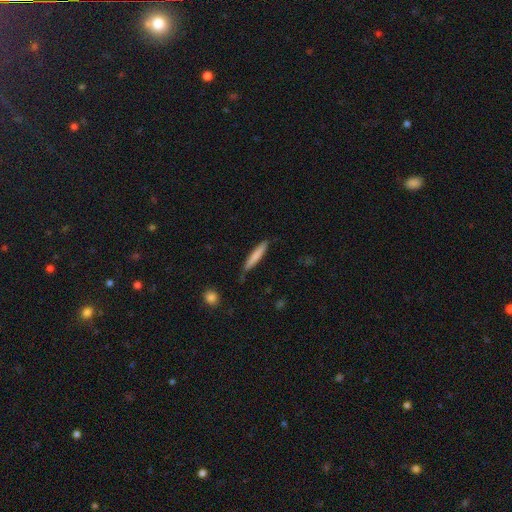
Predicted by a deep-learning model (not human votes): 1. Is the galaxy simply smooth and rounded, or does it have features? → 76% smooth, 18% featured or disk, 6% star or artifact.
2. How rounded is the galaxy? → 93% cigar-shaped, 5% in between, 1% round.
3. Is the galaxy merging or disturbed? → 79% none, 16% minor disturbance, 3% major disturbance, 2% merger.